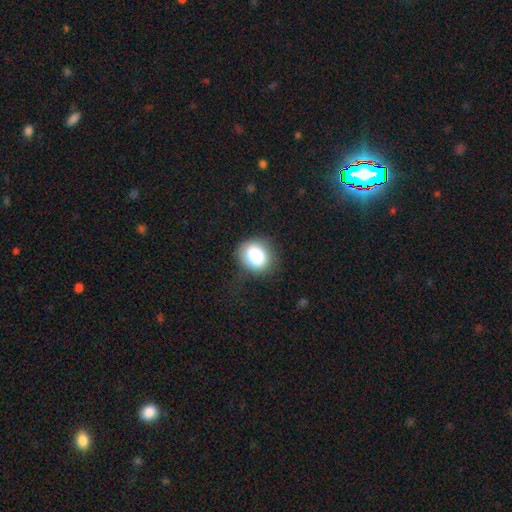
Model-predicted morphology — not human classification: smooth 85%, star or artifact 8%, featured or disk 6%. Down the decision tree: how rounded — round (61%); merging — none (77%).